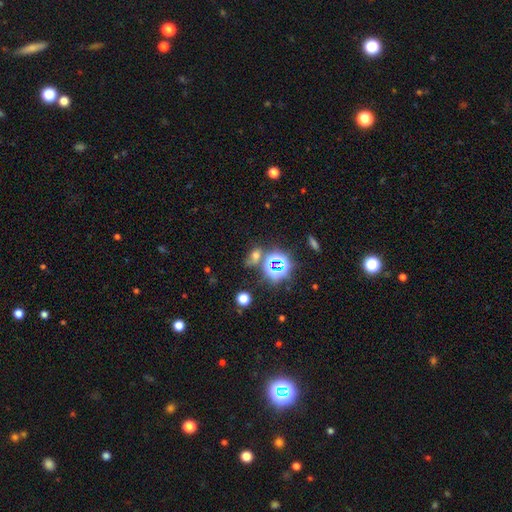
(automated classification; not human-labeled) A star or artifact, not a galaxy (46%).